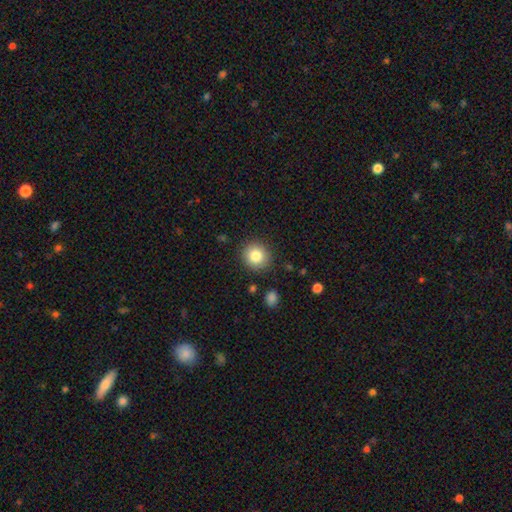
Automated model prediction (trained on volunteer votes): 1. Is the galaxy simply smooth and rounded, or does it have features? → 83% smooth, 9% star or artifact, 8% featured or disk.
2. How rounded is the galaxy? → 89% round, 10% in between, 1% cigar-shaped.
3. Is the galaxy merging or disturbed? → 88% none, 8% minor disturbance, 3% major disturbance, 2% merger.